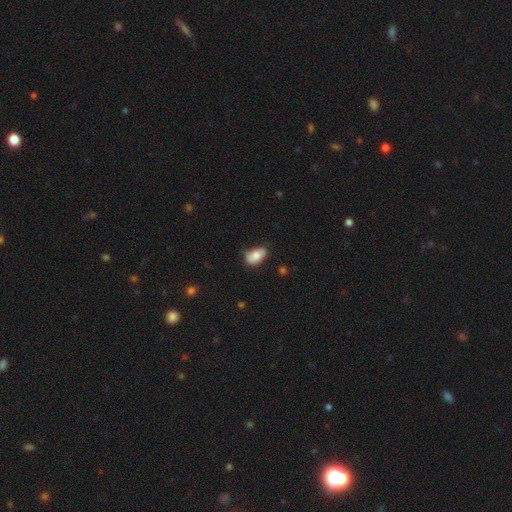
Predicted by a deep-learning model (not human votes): Morphology: type=smooth (77%); roundness=in between (91%); merging=none (59%).